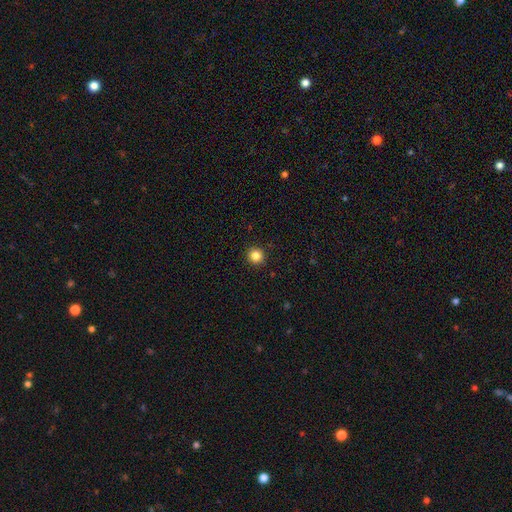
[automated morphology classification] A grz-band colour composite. It shows a smooth galaxy with no disk features (84%) that is round (94%). Merging: none (93%).